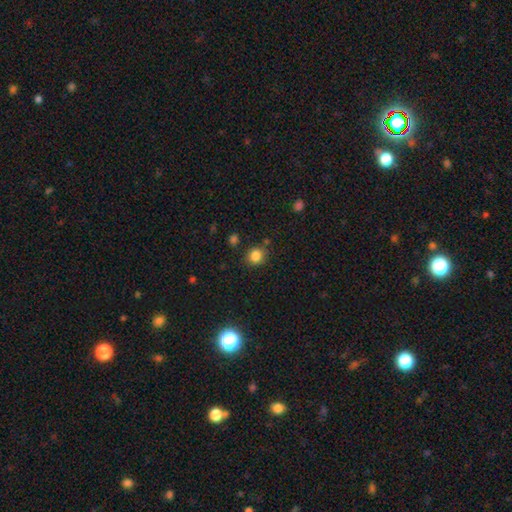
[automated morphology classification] Overall: smooth (83%). How rounded: round (83%). Merging: none (82%).